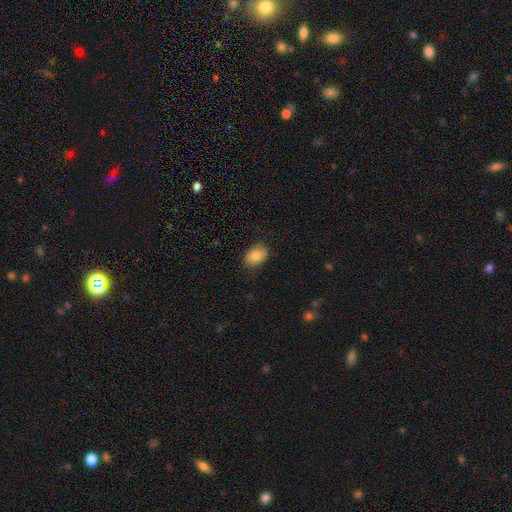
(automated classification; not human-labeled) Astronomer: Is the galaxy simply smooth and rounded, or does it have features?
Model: smooth — 83%.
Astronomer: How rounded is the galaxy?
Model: in between — 76%.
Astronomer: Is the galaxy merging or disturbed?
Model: none — 84%.